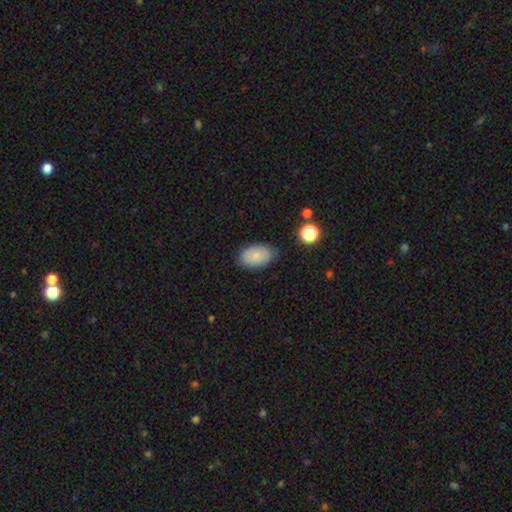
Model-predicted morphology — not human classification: This appears to be a smooth galaxy with no disk features (82%) that is in between round and cigar-shaped (92%). Merging: none (81%).